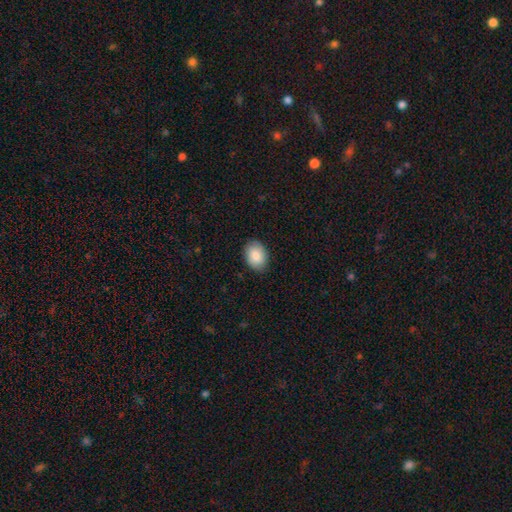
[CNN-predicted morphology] Overall: smooth (86%). How rounded: in between (76%). Merging: none (87%).